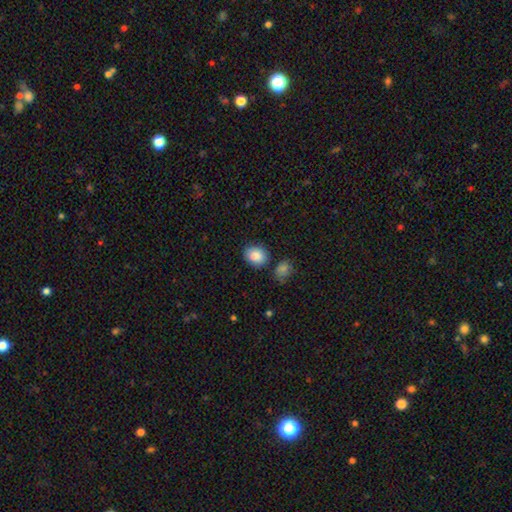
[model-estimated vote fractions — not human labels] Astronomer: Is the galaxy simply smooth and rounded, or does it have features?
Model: smooth — 87%.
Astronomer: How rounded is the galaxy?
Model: round — 55% (runner-up: in between, 44%).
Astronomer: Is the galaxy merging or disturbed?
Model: none — 78%.